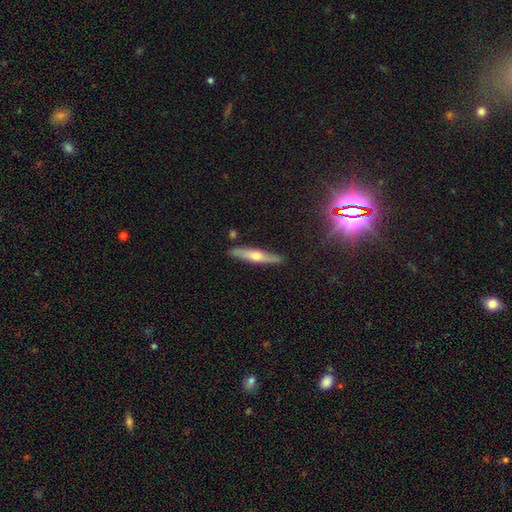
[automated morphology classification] Q: Smooth or featured?
A: featured or disk (53%); runner-up: smooth (37%)
Q: Edge-on disk?
A: yes (91%); runner-up: no (9%)
Q: Merging?
A: none (86%); runner-up: minor disturbance (10%)